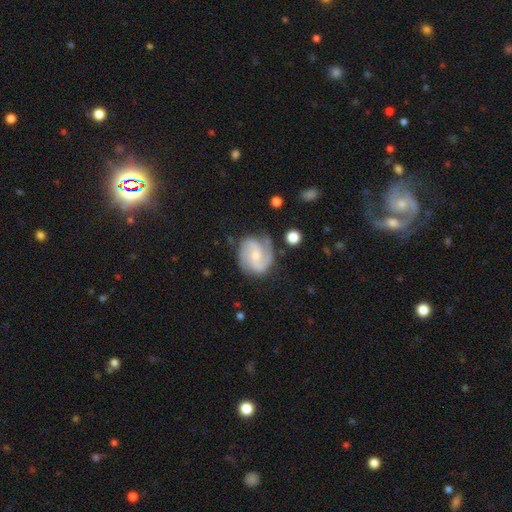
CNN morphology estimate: smooth-or-featured: featured or disk: 81% | smooth: 14% | star or artifact: 5%
  disk-edge-on: no: 98% | yes: 2%
    bar: no: 46% | weak: 42% | strong: 11%
    has-spiral-arms: yes: 96% | no: 4%
      spiral-winding: medium: 51% | tight: 27% | loose: 22%
      spiral-arm-count: 2: 84% | can't tell: 6% | 3: 5% | 1: 3% | 4: 1% | more than 4: 1%
    bulge-size: small: 52% | moderate: 42% | none: 3% | large: 2% | dominant: 1%
  merging: none: 74% | minor disturbance: 17% | major disturbance: 6% | merger: 3%